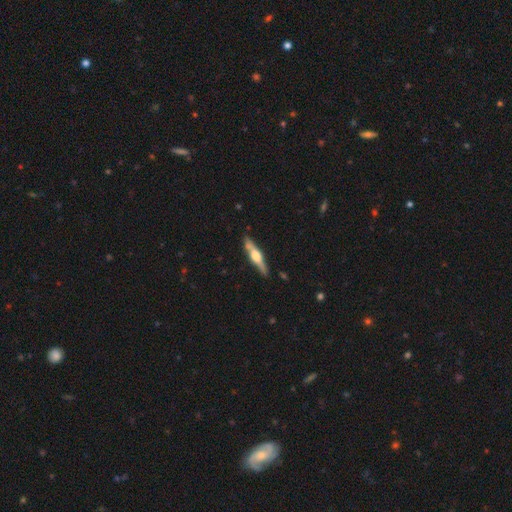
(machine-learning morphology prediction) smooth_or_featured: featured or disk (p=0.70) [alt: smooth p=0.25]
disk_edge_on: yes (p=0.96) [alt: no p=0.04]
edge_on_bulge: rounded (p=0.88) [alt: boxy p=0.09]
merging: none (p=0.85) [alt: minor disturbance p=0.11]